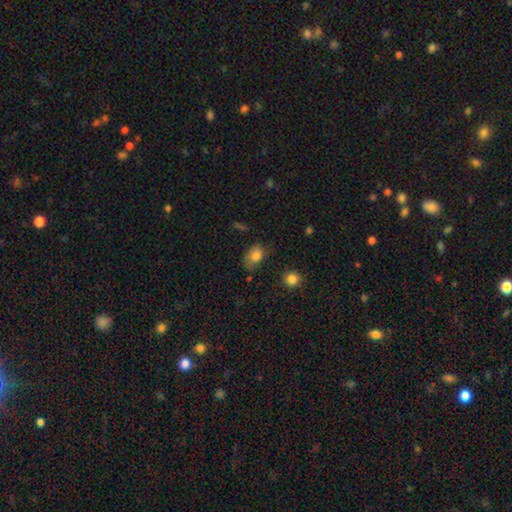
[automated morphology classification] smooth-or-featured: smooth: 79% | featured or disk: 12% | star or artifact: 9%
  how-rounded: in between: 79% | round: 20% | cigar-shaped: 1%
  merging: none: 56% | minor disturbance: 30% | major disturbance: 11% | merger: 3%